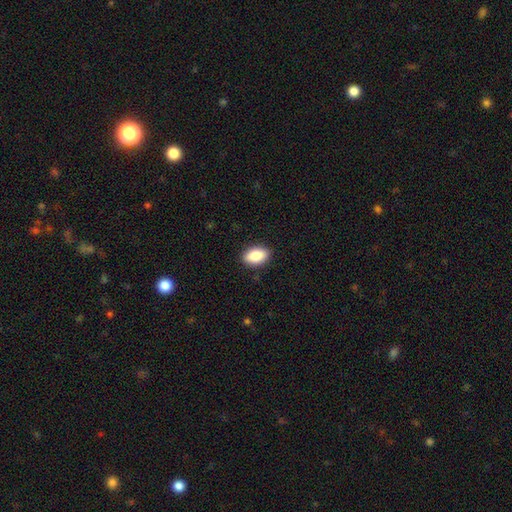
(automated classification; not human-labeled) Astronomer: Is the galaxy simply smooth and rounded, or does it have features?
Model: smooth — 87%.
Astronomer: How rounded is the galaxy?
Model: in between — 91%.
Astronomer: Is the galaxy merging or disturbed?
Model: none — 89%.